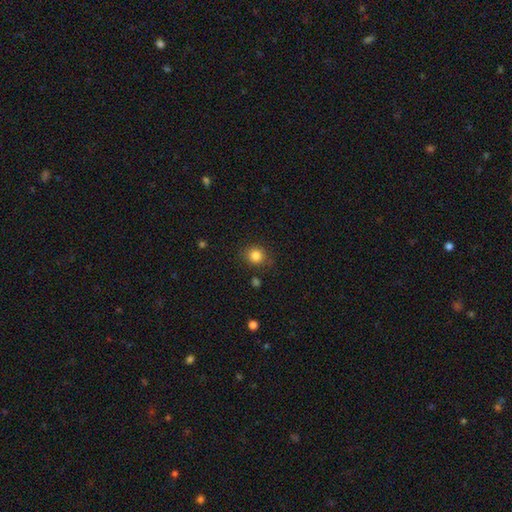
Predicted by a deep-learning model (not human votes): Smooth or featured? smooth (84%)
How rounded? round (85%)
Merging? none (84%)